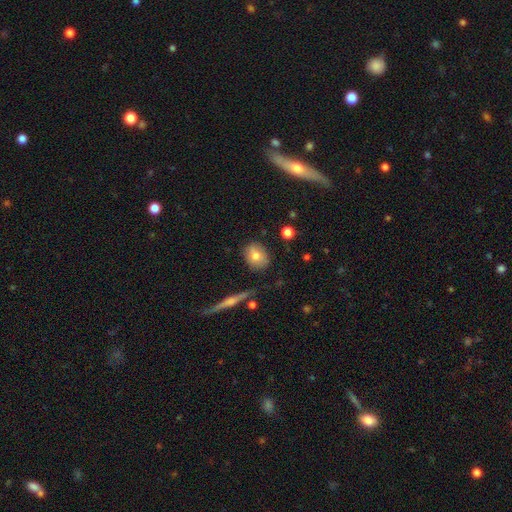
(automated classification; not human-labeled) A smooth galaxy with no disk features (73%) that is in between round and cigar-shaped (50%). Merging: none (82%).